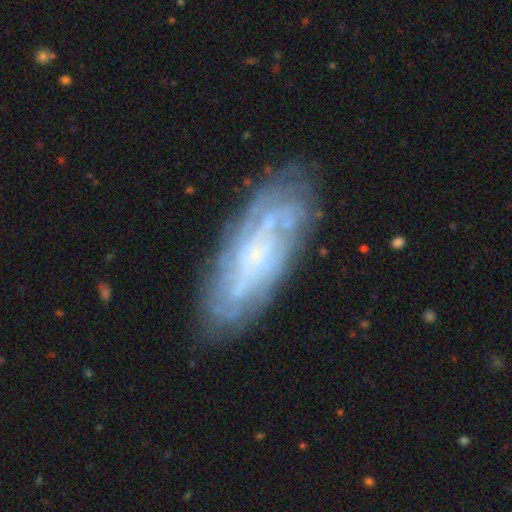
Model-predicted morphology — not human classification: type=featured or disk (67%); edge-on=no (84%); bar=no (73%); spiral arms=yes (77%); bulge=small (44%); merging=none (75%).